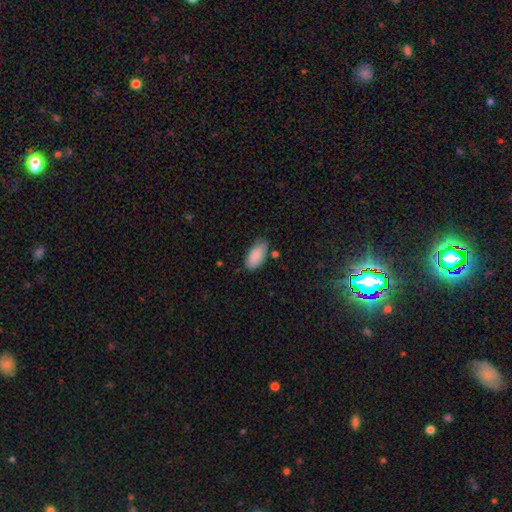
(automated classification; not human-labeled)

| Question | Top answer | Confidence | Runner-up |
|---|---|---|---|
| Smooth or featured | smooth | 88% | star or artifact (6%) |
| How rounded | in between | 93% | cigar-shaped (5%) |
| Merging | none | 74% | minor disturbance (19%) |